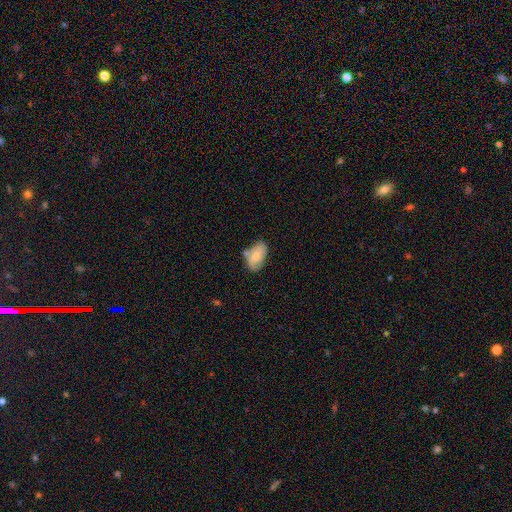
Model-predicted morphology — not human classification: Overall: smooth (68%). How rounded: in between (92%). Merging: none (49%; minor disturbance 31%).